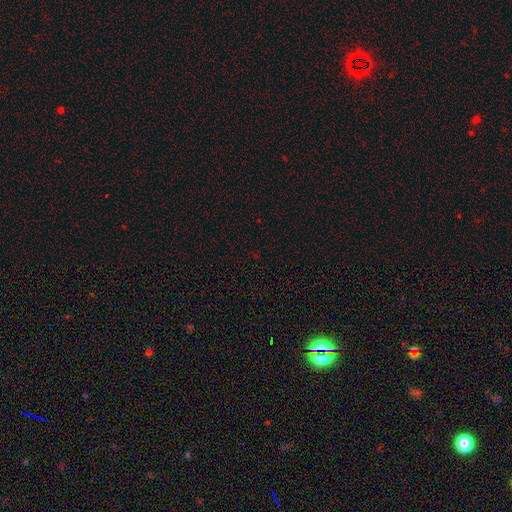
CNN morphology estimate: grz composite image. It shows a star or artifact, not a galaxy (68%).